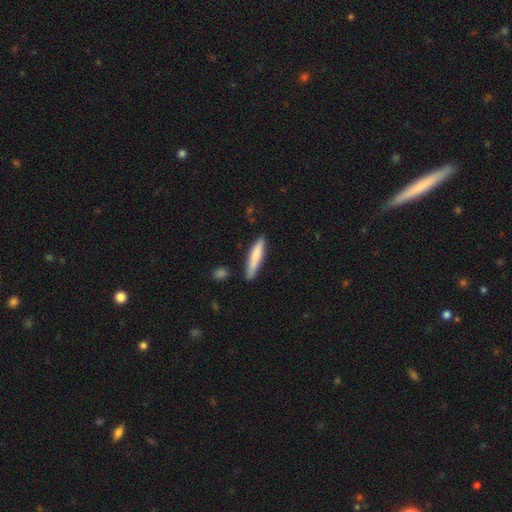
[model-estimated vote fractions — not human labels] Q: Smooth or featured?
A: smooth (74%); runner-up: featured or disk (20%)
Q: How rounded?
A: cigar-shaped (88%); runner-up: in between (11%)
Q: Merging?
A: none (84%); runner-up: minor disturbance (12%)